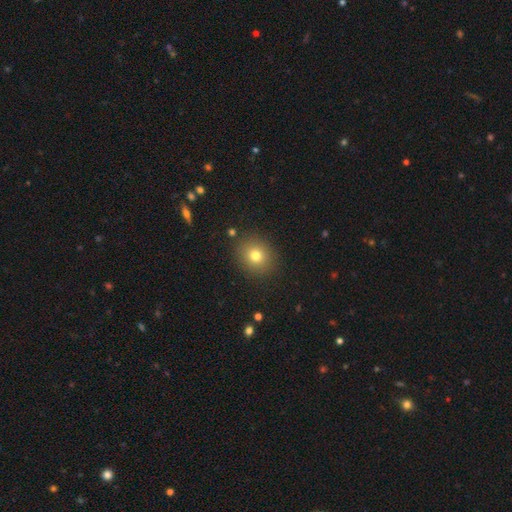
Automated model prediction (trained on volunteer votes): A smooth galaxy with no disk features (76%) that is round (77%). Merging: none (88%).